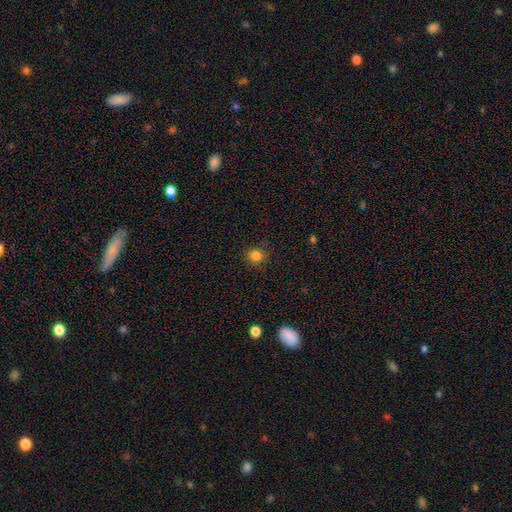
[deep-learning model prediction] smooth_or_featured: smooth (p=0.83) [alt: star or artifact p=0.13]
how_rounded: round (p=0.92) [alt: in between p=0.07]
merging: none (p=0.87) [alt: minor disturbance p=0.09]